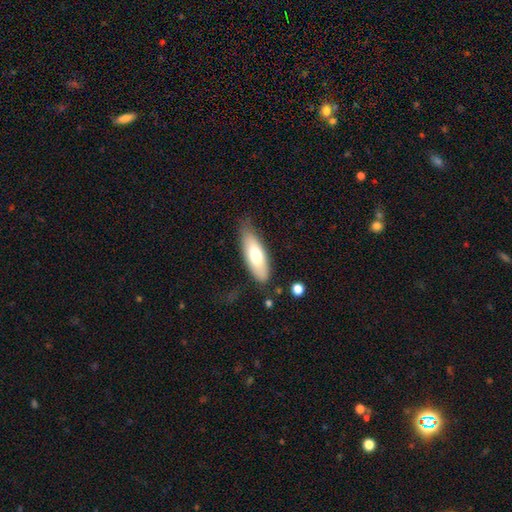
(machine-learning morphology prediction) smooth-or-featured: smooth: 71% | featured or disk: 23% | star or artifact: 6%
  how-rounded: in between: 64% | cigar-shaped: 34% | round: 2%
  merging: none: 71% | minor disturbance: 21% | major disturbance: 6% | merger: 2%